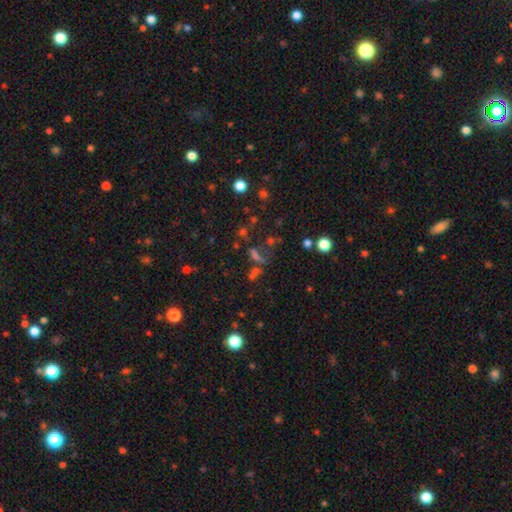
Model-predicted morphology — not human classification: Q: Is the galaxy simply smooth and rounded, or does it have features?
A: star or artifact — 49%.